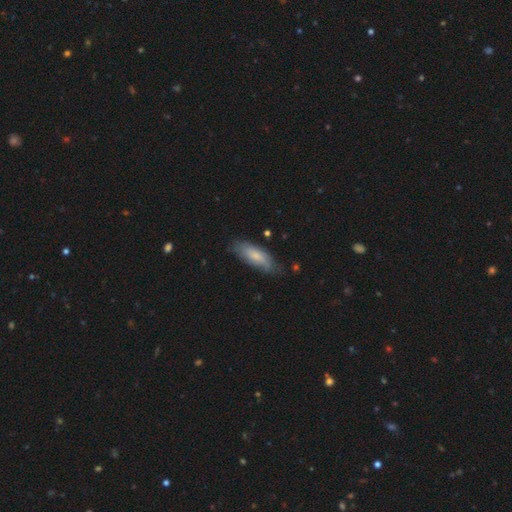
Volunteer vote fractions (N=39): This is likely a smooth galaxy (74%). How rounded: likely in between (62%). Merging: likely none (68%).